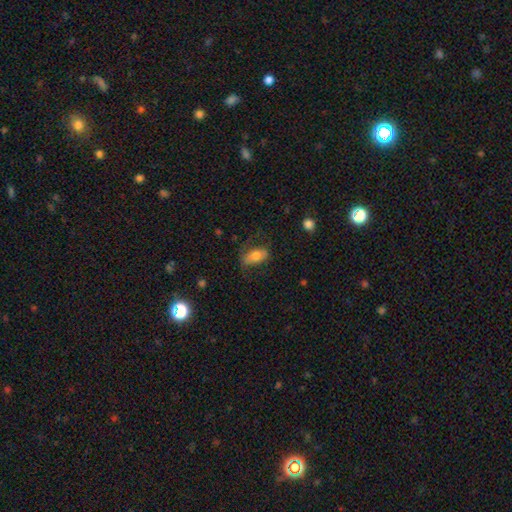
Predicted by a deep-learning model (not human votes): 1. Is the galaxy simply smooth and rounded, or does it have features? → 69% smooth, 24% featured or disk, 8% star or artifact.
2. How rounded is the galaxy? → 88% in between, 6% round, 5% cigar-shaped.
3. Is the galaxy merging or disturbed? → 59% none, 24% minor disturbance, 16% major disturbance, 2% merger.